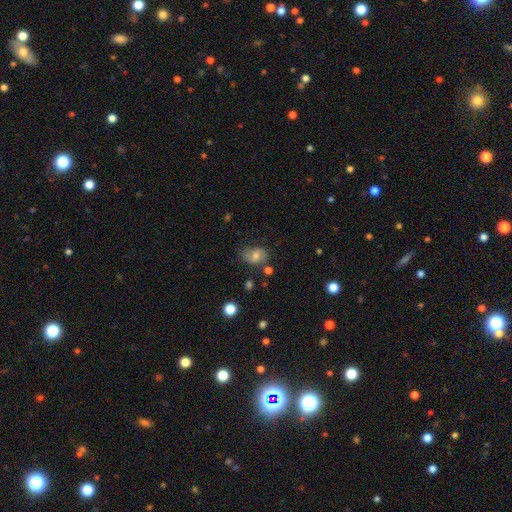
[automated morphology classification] Smooth or featured? Predicted: smooth (p=0.59). How rounded? Predicted: in between (p=0.66). Merging? Predicted: none (p=0.65).